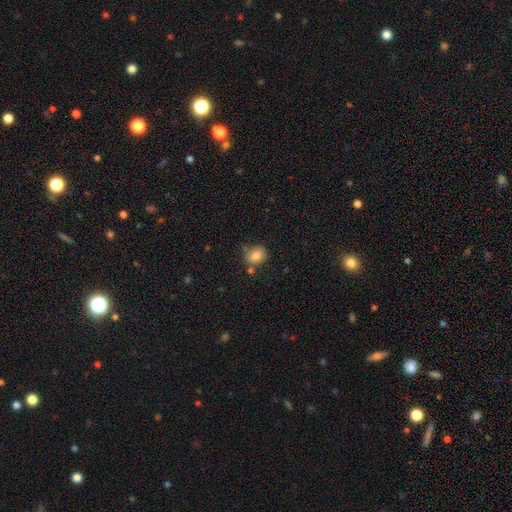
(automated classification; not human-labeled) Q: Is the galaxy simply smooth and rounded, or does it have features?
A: smooth — 81%.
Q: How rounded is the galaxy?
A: round — 55%.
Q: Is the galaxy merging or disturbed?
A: none — 71%.